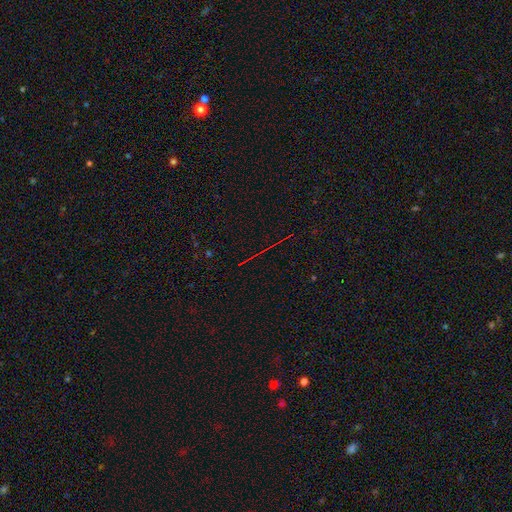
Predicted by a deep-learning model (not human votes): Overall: star or artifact (78%).